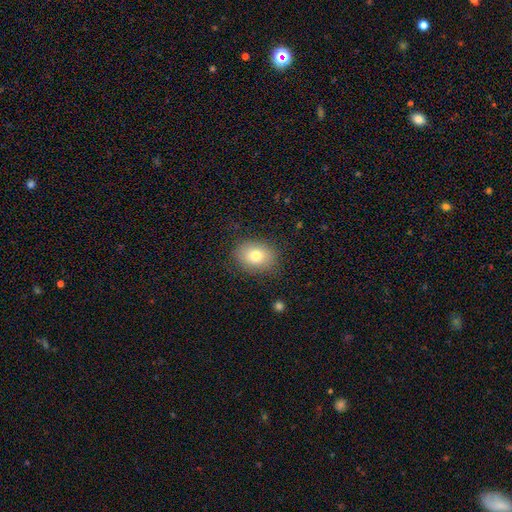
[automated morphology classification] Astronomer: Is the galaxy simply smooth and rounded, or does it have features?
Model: smooth — 77%.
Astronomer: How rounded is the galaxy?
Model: in between — 58% (runner-up: round, 41%).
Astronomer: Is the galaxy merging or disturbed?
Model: none — 83%.